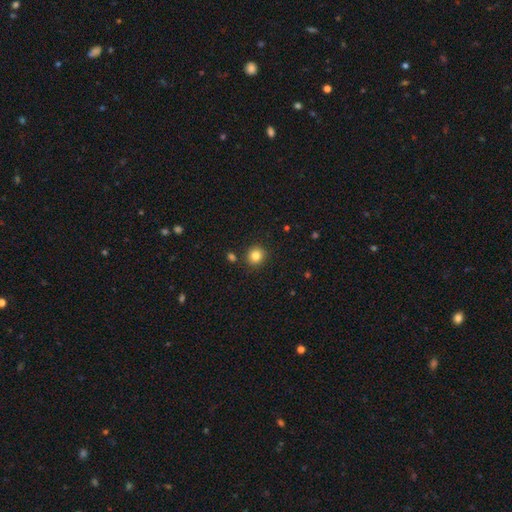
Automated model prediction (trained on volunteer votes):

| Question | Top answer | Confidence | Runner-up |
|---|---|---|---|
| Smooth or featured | smooth | 83% | star or artifact (11%) |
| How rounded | round | 90% | in between (9%) |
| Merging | none | 88% | minor disturbance (7%) |